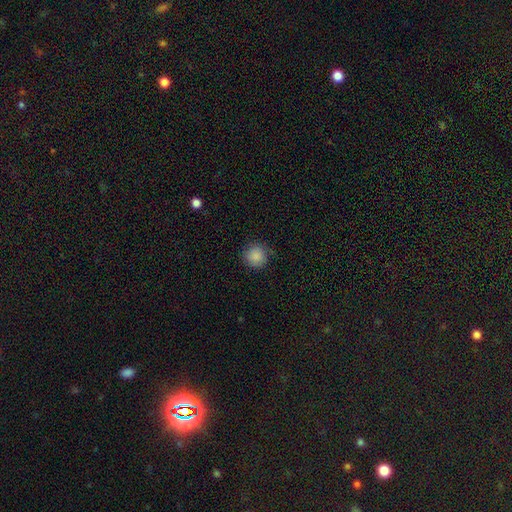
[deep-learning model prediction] This is clearly a smooth galaxy (87%). How rounded: clearly round (93%). Merging: clearly none (83%).